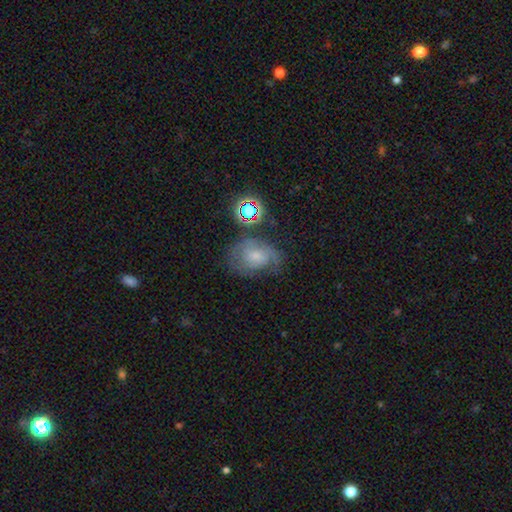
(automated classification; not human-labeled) This is possibly a featured or disk galaxy (55%). It is clearly not viewed edge-on (97%). Bar: likely no (63%). Spiral arm pattern: clearly yes (84%). Central bulge: possibly small (52%). Merging: possibly none (51%).